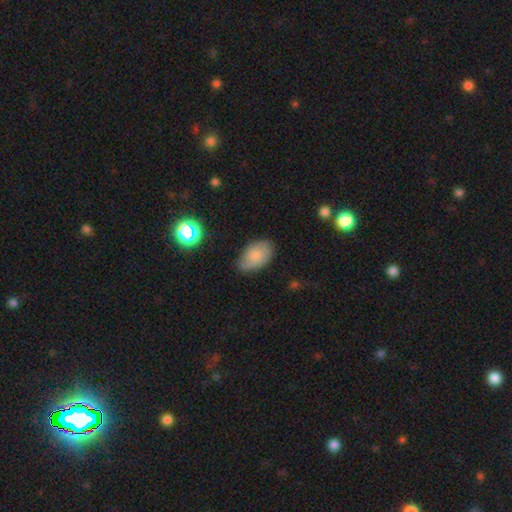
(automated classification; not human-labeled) smooth_or_featured: smooth (p=0.68) [alt: featured or disk p=0.23]
how_rounded: in between (p=0.90) [alt: round p=0.08]
merging: none (p=0.67) [alt: minor disturbance p=0.25]